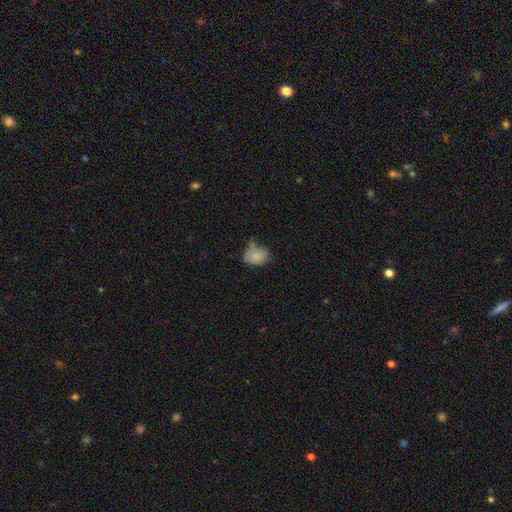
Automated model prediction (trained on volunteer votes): Smooth or featured? Predicted: smooth (p=0.79). How rounded? Predicted: in between (p=0.64). Merging? Predicted: none (p=0.44).